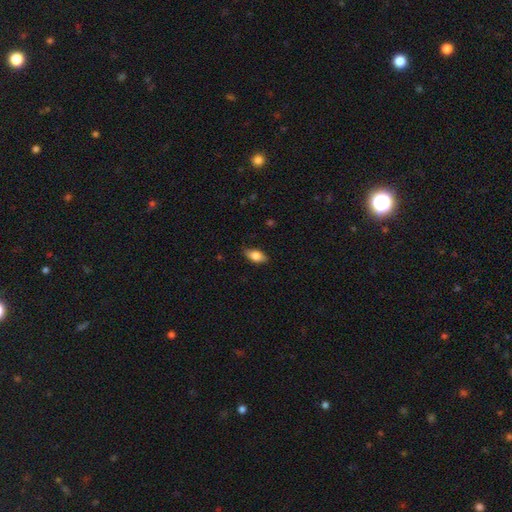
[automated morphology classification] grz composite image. It shows a smooth galaxy with no disk features (80%) that is in between round and cigar-shaped (88%). Merging: none (82%).